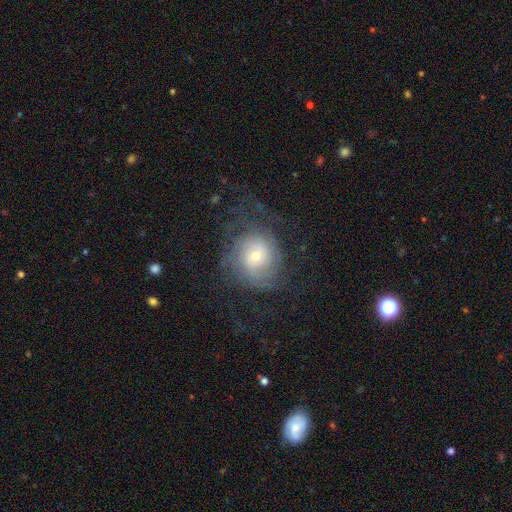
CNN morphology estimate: This is likely a featured or disk galaxy (66%). It is clearly not viewed edge-on (96%). Bar: likely no (77%). Spiral arm pattern: clearly yes (85%). Spiral arm count: marginally can't tell (44%). Spiral winding: possibly tight (51%). Central bulge: possibly small (50%). Merging: likely none (63%).